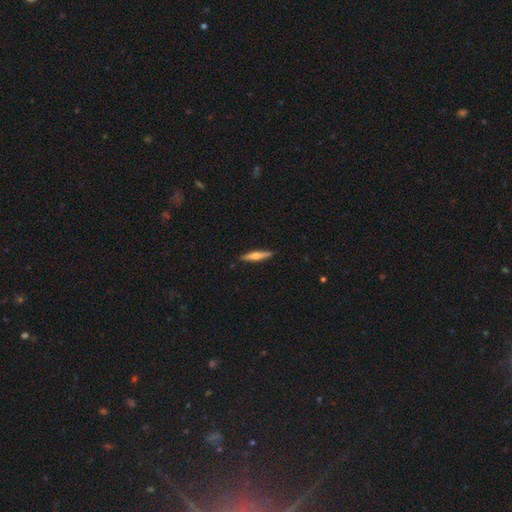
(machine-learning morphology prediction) A featured or disk galaxy (52%) viewed edge-on (96%).

Vote fractions:
- Smooth or featured? featured or disk: 52% / smooth: 43% / star or artifact: 6%
- Edge-on disk? yes: 96% / no: 4%
- Merging? none: 90% / minor disturbance: 7% / major disturbance: 1% / merger: 1%